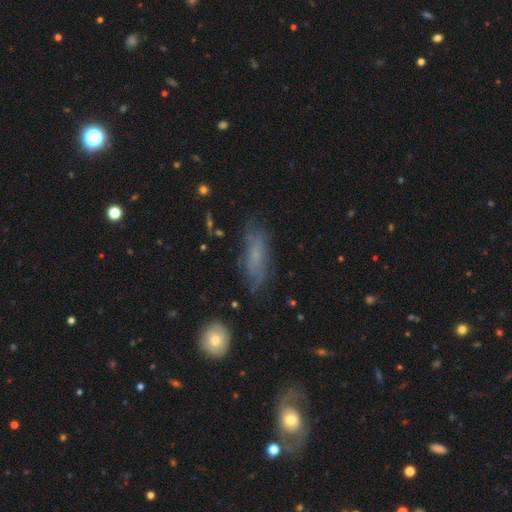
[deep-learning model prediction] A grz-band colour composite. It shows a smooth galaxy with no disk features (47%). Merging: none (69%).